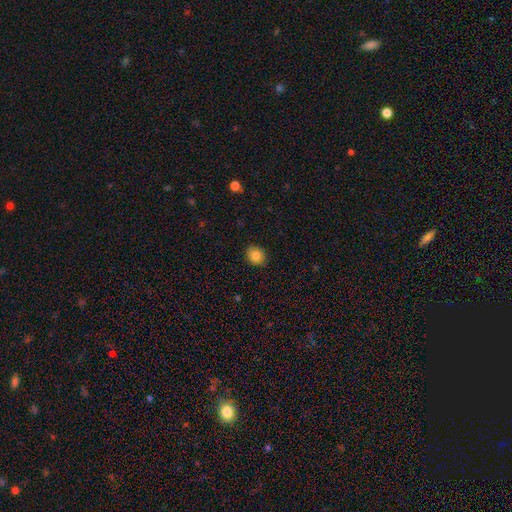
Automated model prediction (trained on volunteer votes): The model was most divided on "how rounded": round: 61%, in between: 38%, cigar-shaped: 1%. More confident: merging — none (89%); smooth or featured — smooth (84%).